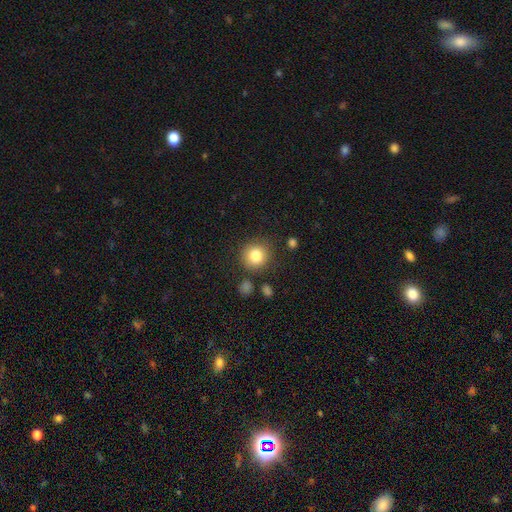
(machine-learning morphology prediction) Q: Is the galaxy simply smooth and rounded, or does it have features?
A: smooth — 82%.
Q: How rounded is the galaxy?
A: round — 90%.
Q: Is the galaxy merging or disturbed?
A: none — 84%.